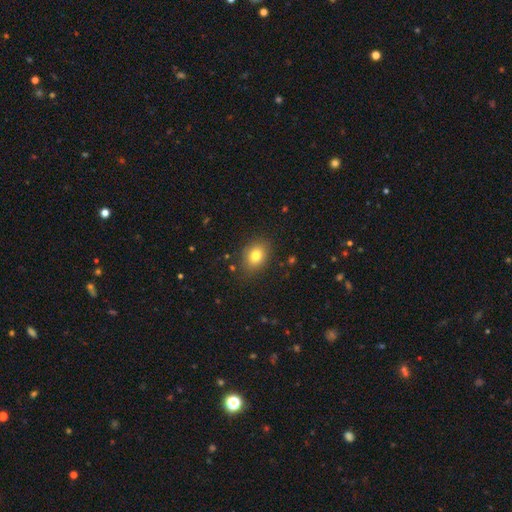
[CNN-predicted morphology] This appears to be a smooth galaxy with no disk features (79%) that is in between round and cigar-shaped (53%). Merging: none (84%).